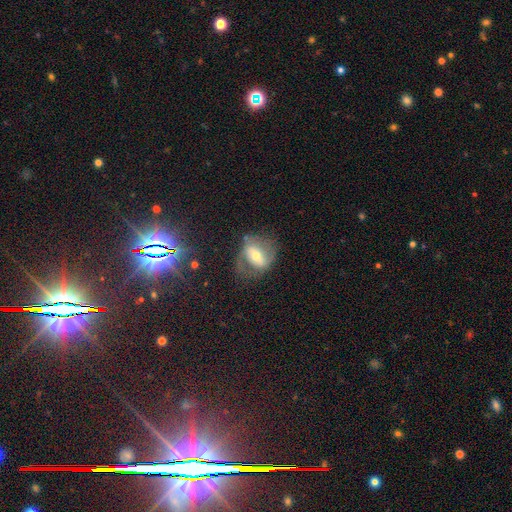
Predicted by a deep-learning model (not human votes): smooth-or-featured: featured or disk: 63% | smooth: 28% | star or artifact: 9%
  disk-edge-on: no: 94% | yes: 6%
    bar: strong: 39% | weak: 36% | no: 25%
    has-spiral-arms: yes: 73% | no: 27%
    bulge-size: moderate: 62% | small: 29% | large: 6% | dominant: 1% | none: 1%
  merging: none: 54% | minor disturbance: 23% | major disturbance: 20% | merger: 2%